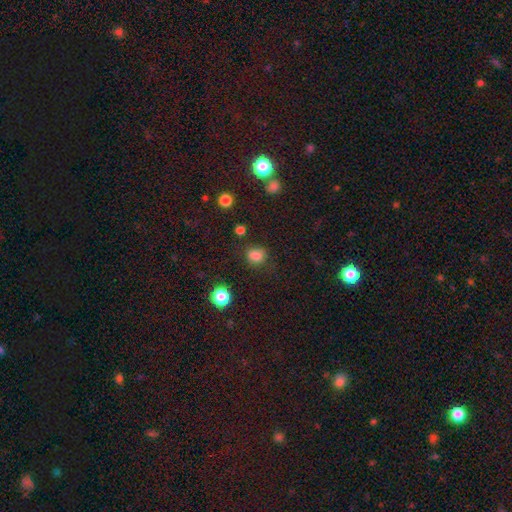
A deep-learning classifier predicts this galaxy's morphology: Smooth or featured? smooth (80%)
How rounded? round (65%)
Merging? none (73%)